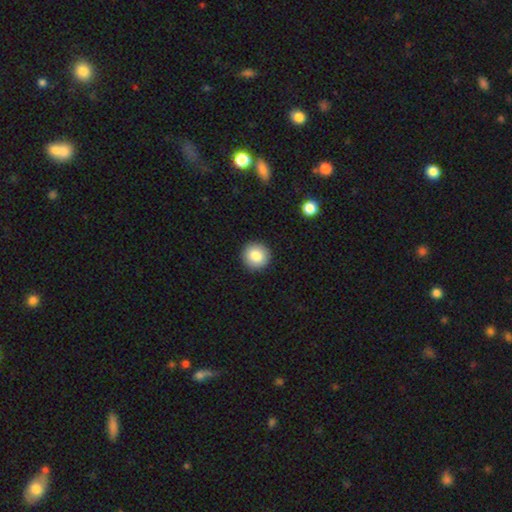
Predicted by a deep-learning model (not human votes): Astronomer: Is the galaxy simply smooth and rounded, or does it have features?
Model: smooth — 84%.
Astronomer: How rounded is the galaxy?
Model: round — 94%.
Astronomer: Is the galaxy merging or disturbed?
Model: none — 93%.